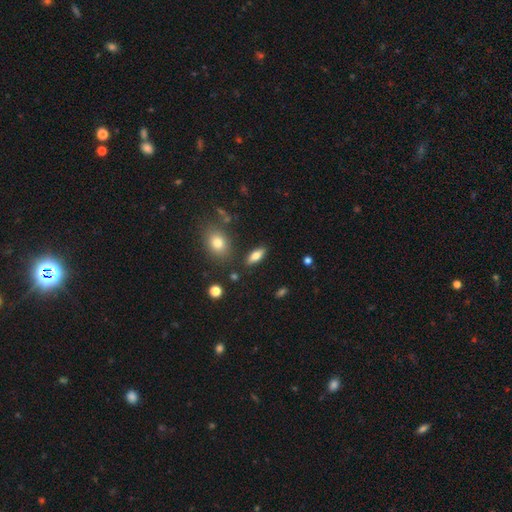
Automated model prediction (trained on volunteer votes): Smooth or featured: smooth — 68% (featured or disk — 24%)
How rounded: in between — 73% (cigar-shaped — 23%)
Merging: none — 84% (minor disturbance — 10%)